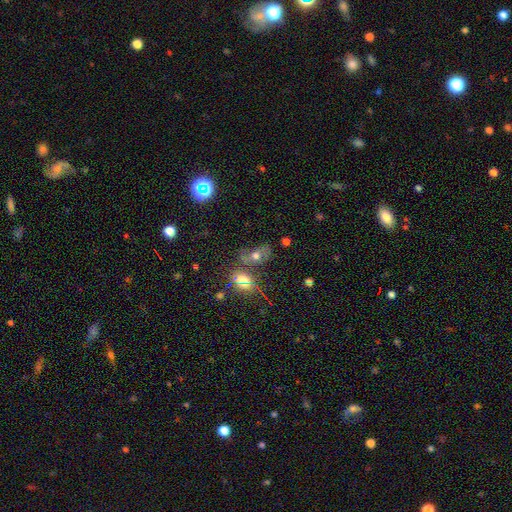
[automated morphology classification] A smooth galaxy with no disk features (46%). Merging: none (41%).